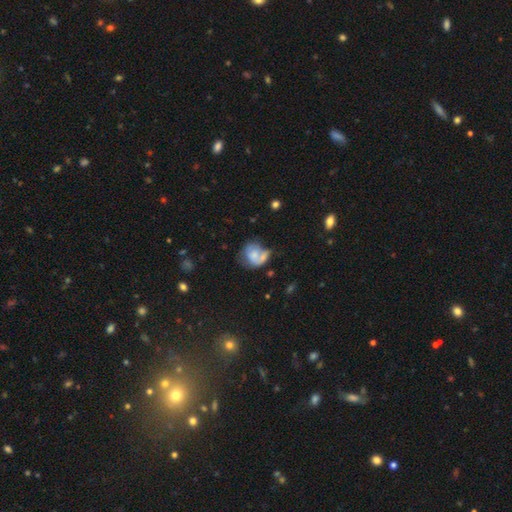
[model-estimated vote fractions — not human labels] Smooth or featured?
  - smooth: 56% *
  - featured or disk: 35%
  - star or artifact: 9%
How rounded?
  - round: 58% *
  - in between: 41%
  - cigar-shaped: 1%
Merging?
  - none: 28% * (tied)
  - merger: 28% * (tied)
  - minor disturbance: 22%
  - major disturbance: 21%